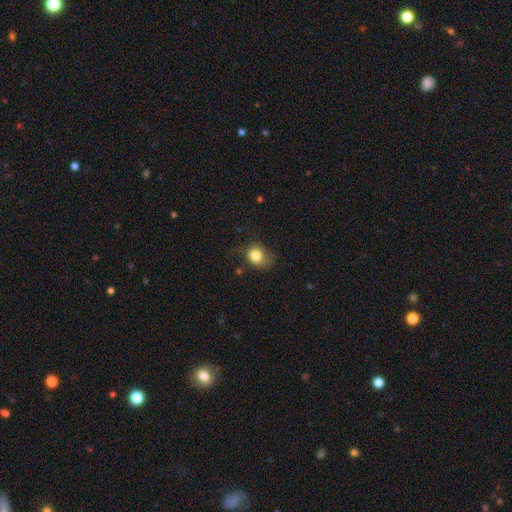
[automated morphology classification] smooth_or_featured: smooth (p=0.79) [alt: featured or disk p=0.12]
how_rounded: round (p=0.62) [alt: in between p=0.37]
merging: none (p=0.53) [alt: minor disturbance p=0.30]